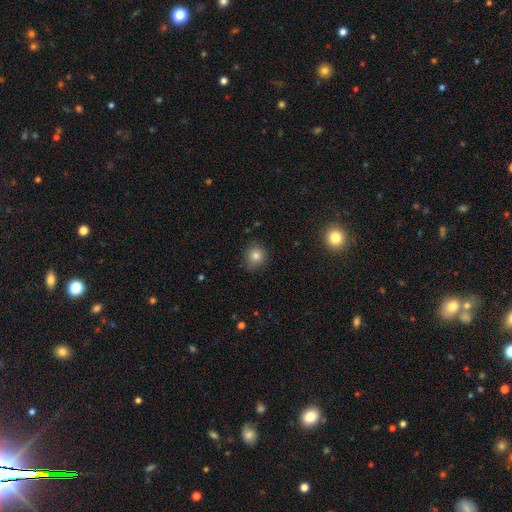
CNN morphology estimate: smooth 81%, star or artifact 12%, featured or disk 7%. Down the decision tree: how rounded — round (85%); merging — none (83%).